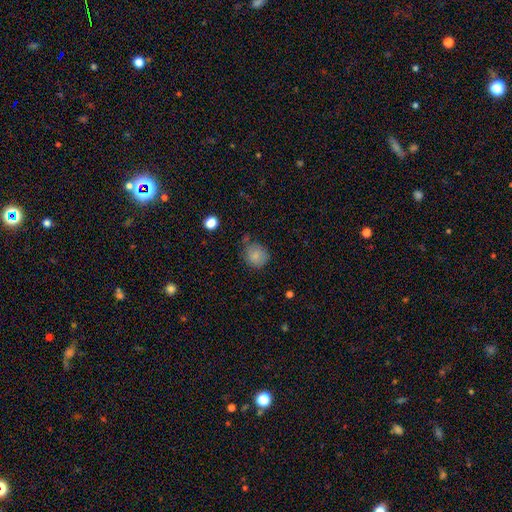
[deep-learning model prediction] Smooth or featured: smooth — 83% (star or artifact — 9%)
How rounded: round — 82% (in between — 17%)
Merging: none — 64% (minor disturbance — 23%)